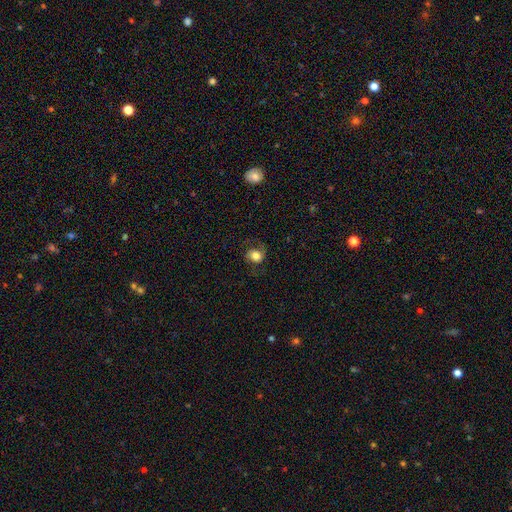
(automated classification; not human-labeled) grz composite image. It shows a smooth galaxy with no disk features (54%) that is round (63%). Merging: none (65%).